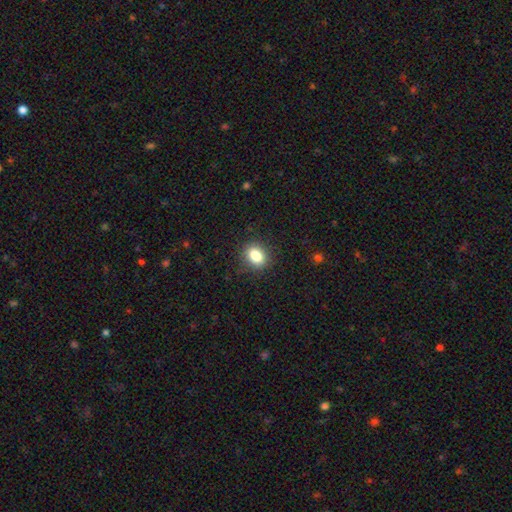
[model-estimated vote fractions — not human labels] Smooth or featured: smooth — 84% (star or artifact — 10%)
How rounded: in between — 61% (round — 38%)
Merging: none — 87% (minor disturbance — 9%)